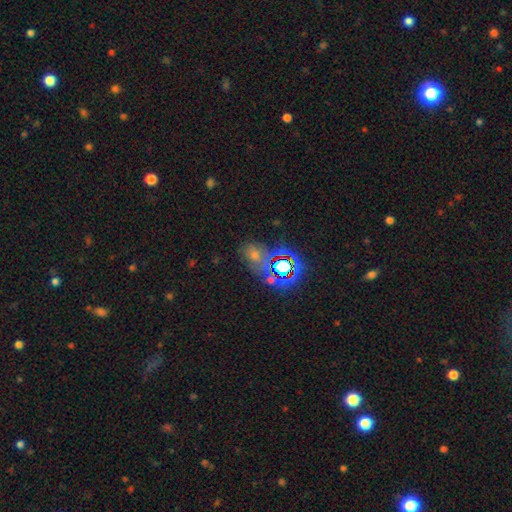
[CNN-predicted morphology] The model was most divided on "smooth or featured": smooth: 44%, star or artifact: 43%, featured or disk: 12%. More confident: merging — none (57%).